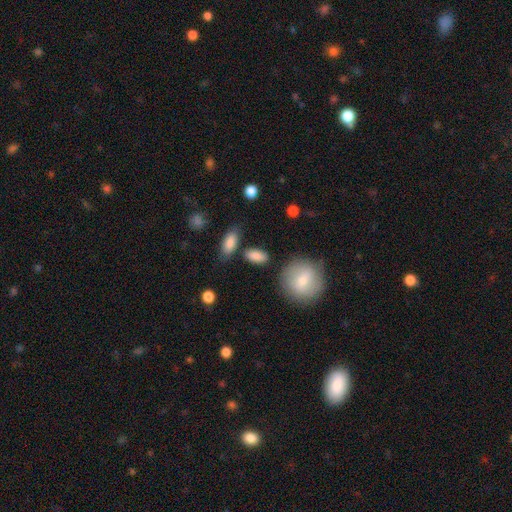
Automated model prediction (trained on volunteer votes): This is clearly a smooth galaxy (82%). How rounded: clearly in between (80%). Merging: likely none (75%).